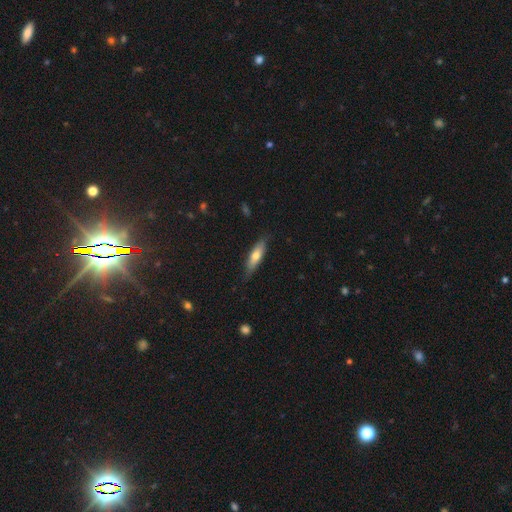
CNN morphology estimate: The model was most divided on "how rounded": cigar-shaped: 59%, in between: 39%, round: 2%. More confident: merging — none (79%); smooth or featured — smooth (64%).